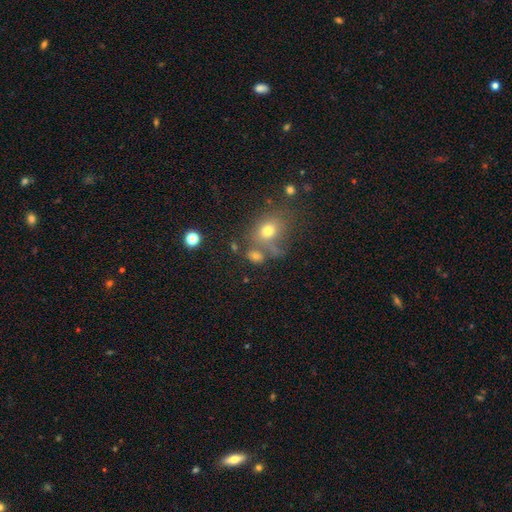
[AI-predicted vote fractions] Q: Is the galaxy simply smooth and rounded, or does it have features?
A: smooth — 67%.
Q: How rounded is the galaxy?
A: in between — 56%.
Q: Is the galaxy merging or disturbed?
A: none — 52%.